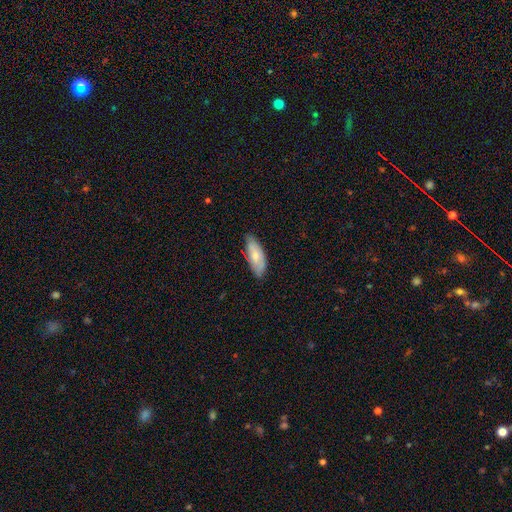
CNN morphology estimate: Overall: smooth (69%). How rounded: in between (81%). Merging: none (72%).